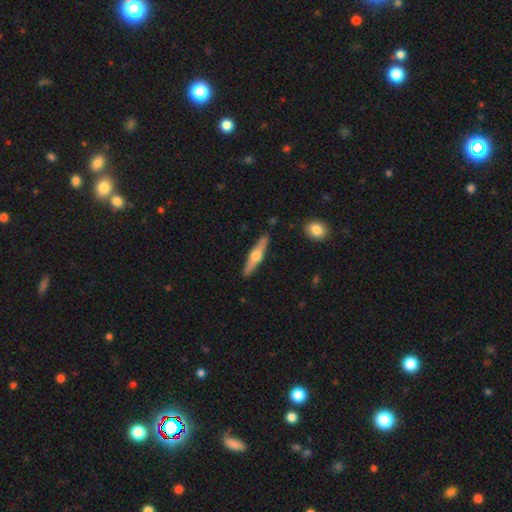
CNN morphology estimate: type=featured or disk (63%); edge-on=yes (96%); edge-on bulge=rounded (94%); merging=none (89%).